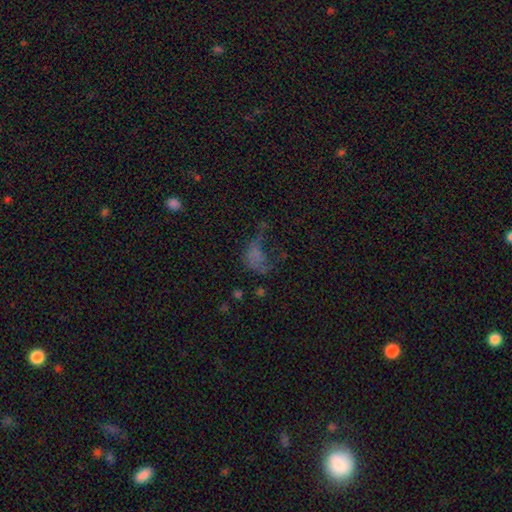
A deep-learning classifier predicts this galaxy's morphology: smooth 51%, featured or disk 26%, star or artifact 24%. Down the decision tree: how rounded — in between (72%); merging — major disturbance (49%).